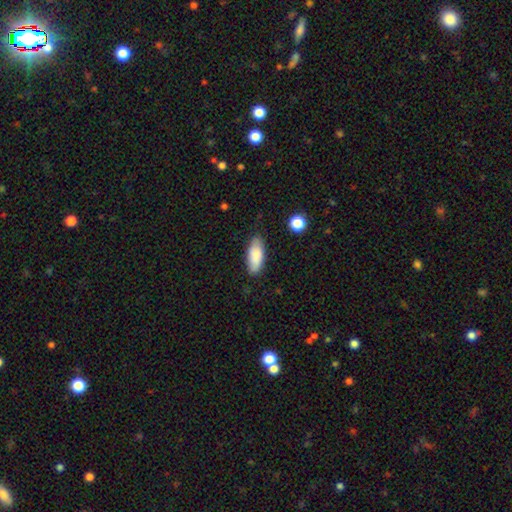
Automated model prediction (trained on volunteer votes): This appears to be a smooth galaxy with no disk features (84%) that is in between round and cigar-shaped (82%). Merging: none (82%).